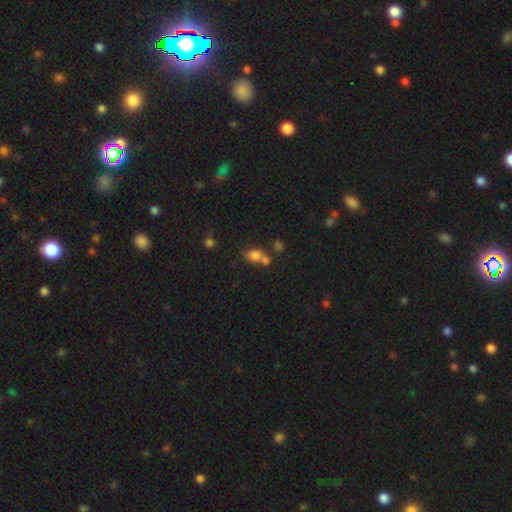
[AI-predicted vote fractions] smooth 76%, star or artifact 14%, featured or disk 10%. Down the decision tree: how rounded — in between (52%); merging — none (42%).